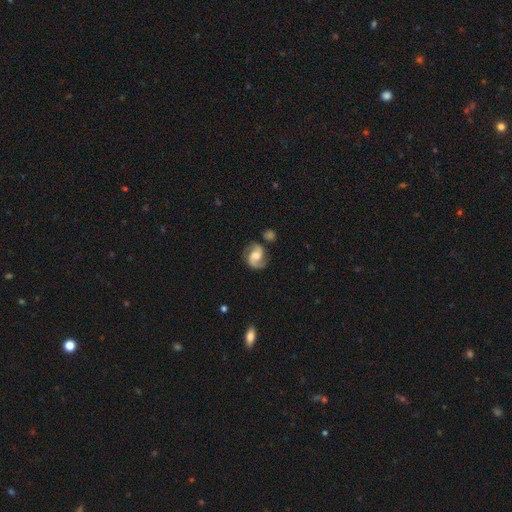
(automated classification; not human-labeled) smooth-or-featured: featured or disk: 81% | smooth: 13% | star or artifact: 6%
  disk-edge-on: no: 98% | yes: 2%
    bar: no: 48% | weak: 40% | strong: 11%
    has-spiral-arms: yes: 96% | no: 4%
      spiral-winding: medium: 50% | loose: 32% | tight: 18%
      spiral-arm-count: 2: 91% | 1: 3% | can't tell: 3% | 3: 1% | 4: 1% | more than 4: 1%
    bulge-size: moderate: 56% | small: 24% | large: 12% | none: 6% | dominant: 2%
  merging: none: 74% | minor disturbance: 16% | major disturbance: 6% | merger: 4%